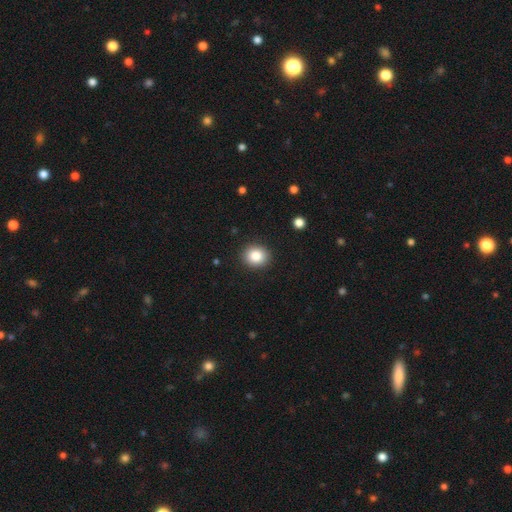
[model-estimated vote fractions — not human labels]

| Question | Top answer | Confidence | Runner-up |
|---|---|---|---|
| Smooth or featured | smooth | 85% | star or artifact (10%) |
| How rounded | round | 80% | in between (20%) |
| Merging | none | 91% | minor disturbance (6%) |